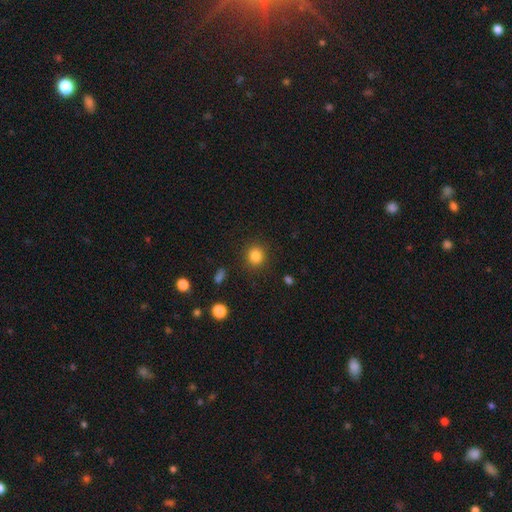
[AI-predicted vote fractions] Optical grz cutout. It shows a smooth galaxy with no disk features (84%) that is round (86%). Merging: none (89%).